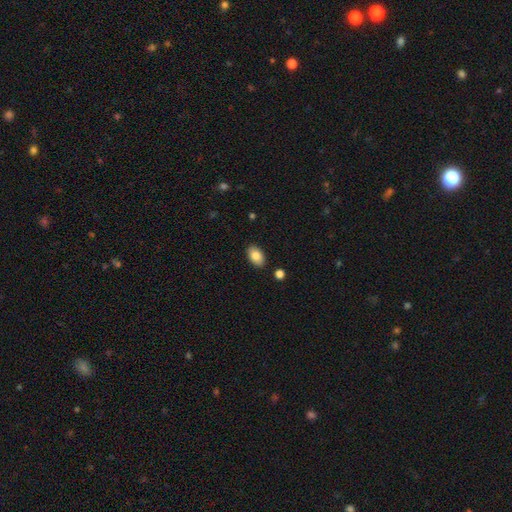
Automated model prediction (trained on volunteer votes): Smooth or featured?
  - smooth: 84% *
  - featured or disk: 9%
  - star or artifact: 7%
How rounded?
  - in between: 92% *
  - round: 7%
  - cigar-shaped: 1%
Merging?
  - none: 87% *
  - minor disturbance: 9%
  - major disturbance: 2%
  - merger: 2%